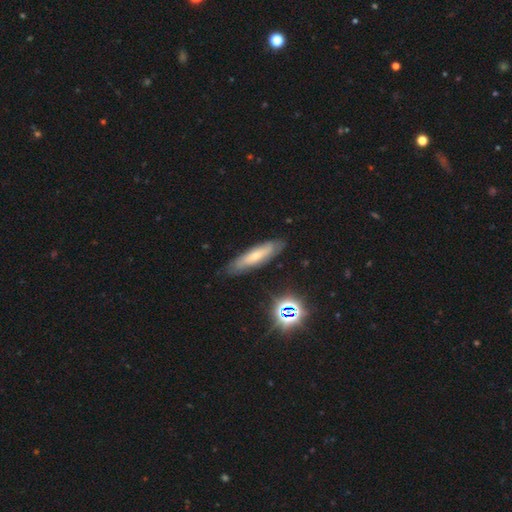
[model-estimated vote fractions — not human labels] Morphology: type=smooth (47%); merging=none (81%).